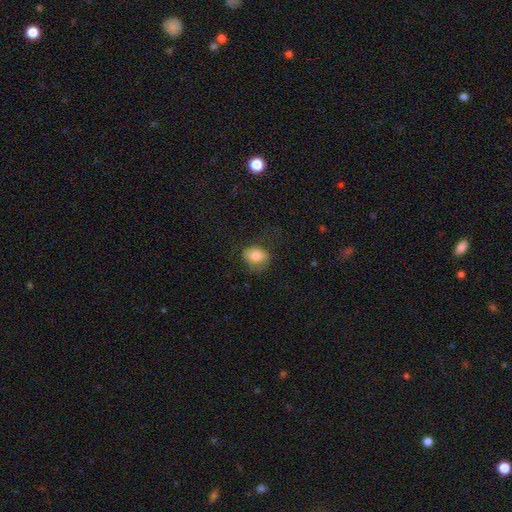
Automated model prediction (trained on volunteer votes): Smooth or featured? smooth (81%)
How rounded? in between (60%)
Merging? none (63%)